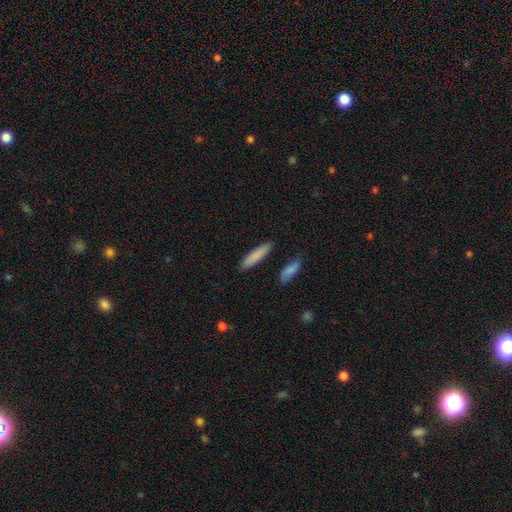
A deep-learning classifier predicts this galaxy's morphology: type=smooth (83%); roundness=cigar-shaped (80%); merging=none (87%).